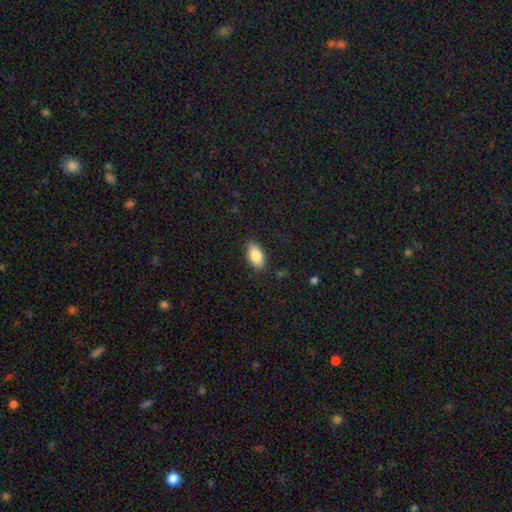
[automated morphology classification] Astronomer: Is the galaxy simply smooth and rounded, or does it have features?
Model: smooth — 83%.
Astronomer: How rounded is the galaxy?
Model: in between — 91%.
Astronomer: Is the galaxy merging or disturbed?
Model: none — 86%.